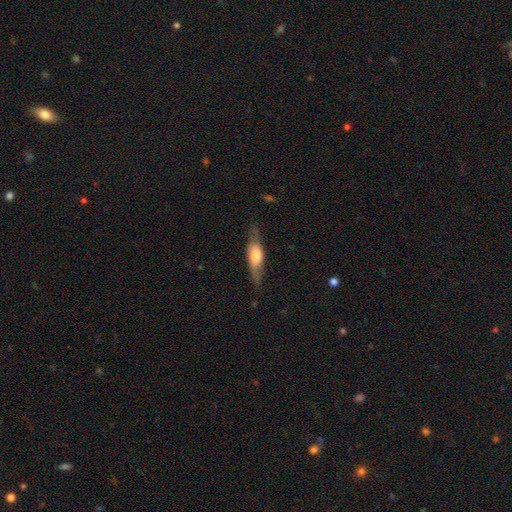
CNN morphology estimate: Smooth or featured?
  - smooth: 52% *
  - featured or disk: 42%
  - star or artifact: 6%
How rounded?
  - cigar-shaped: 50% *
  - in between: 47%
  - round: 3%
Merging?
  - none: 72% *
  - minor disturbance: 20%
  - major disturbance: 6%
  - merger: 1%